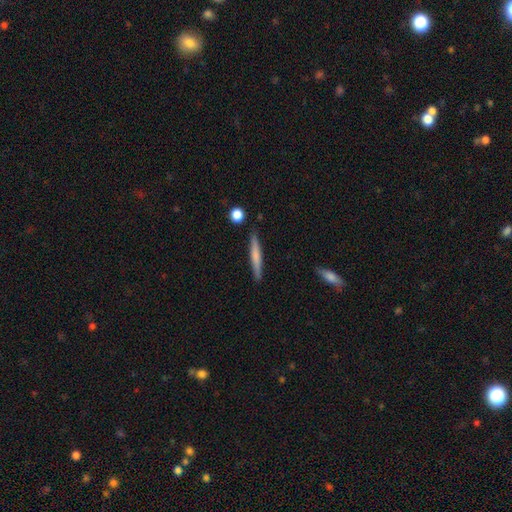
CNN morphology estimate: smooth_or_featured: smooth (p=0.61) [alt: featured or disk p=0.34]
how_rounded: cigar-shaped (p=0.95) [alt: in between p=0.04]
merging: none (p=0.88) [alt: minor disturbance p=0.08]